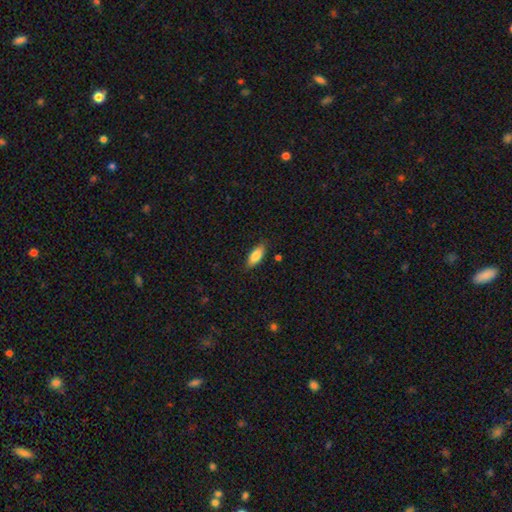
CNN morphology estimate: type=smooth (82%); roundness=in between (77%); merging=none (84%).